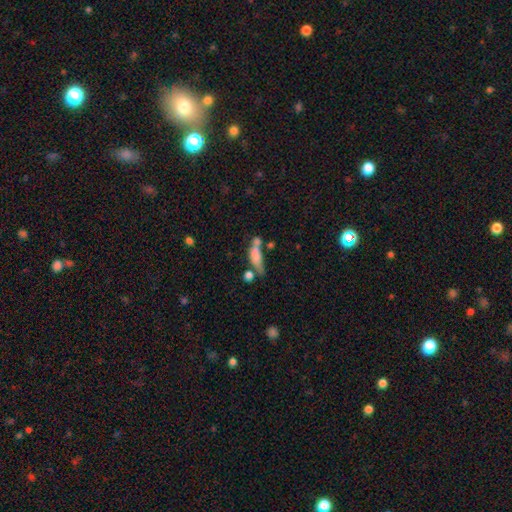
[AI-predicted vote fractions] Smooth or featured? smooth (68%)
How rounded? in between (56%)
Merging? merger (40%)